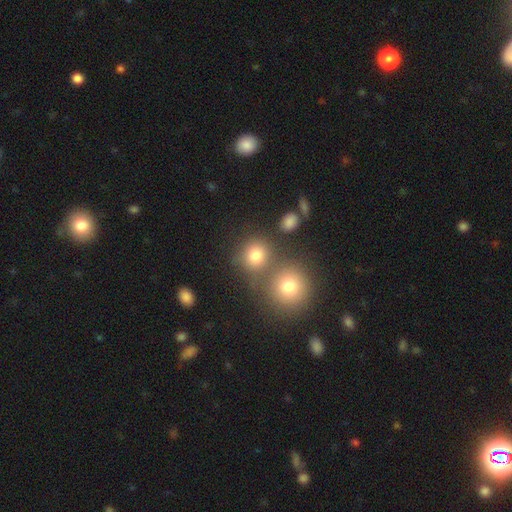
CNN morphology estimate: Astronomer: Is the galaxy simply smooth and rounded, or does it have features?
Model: smooth — 78%.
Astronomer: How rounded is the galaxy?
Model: round — 85%.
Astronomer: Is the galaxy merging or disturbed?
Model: none — 59%.